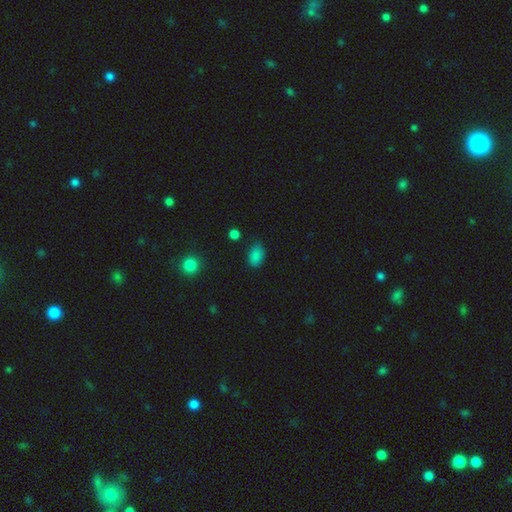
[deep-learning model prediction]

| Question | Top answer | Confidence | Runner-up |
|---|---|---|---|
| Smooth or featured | smooth | 83% | star or artifact (13%) |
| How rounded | in between | 85% | round (13%) |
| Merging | none | 77% | minor disturbance (17%) |